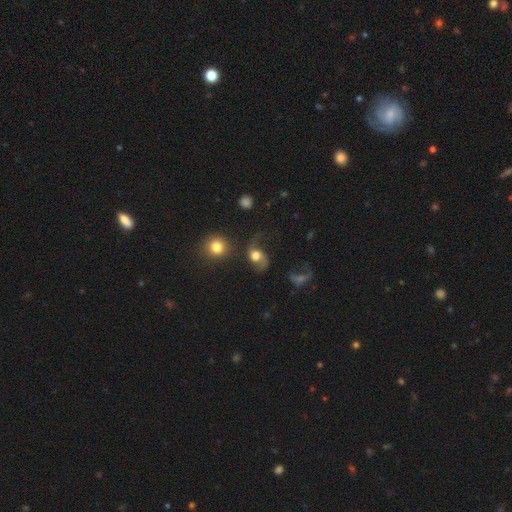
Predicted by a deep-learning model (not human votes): smooth-or-featured: featured or disk: 59% | smooth: 31% | star or artifact: 10%
  disk-edge-on: no: 96% | yes: 4%
    bar: no: 67% | weak: 26% | strong: 7%
    has-spiral-arms: yes: 87% | no: 13%
    bulge-size: moderate: 44% | large: 41% | dominant: 7% | small: 6% | none: 2%
  merging: none: 46% | major disturbance: 27% | minor disturbance: 19% | merger: 7%